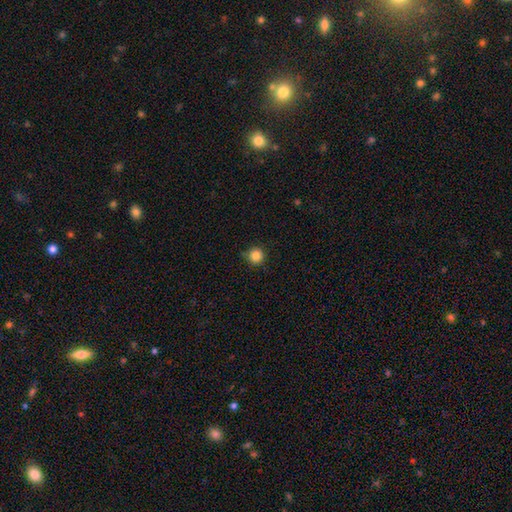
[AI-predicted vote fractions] Smooth or featured? smooth (85%)
How rounded? round (96%)
Merging? none (85%)